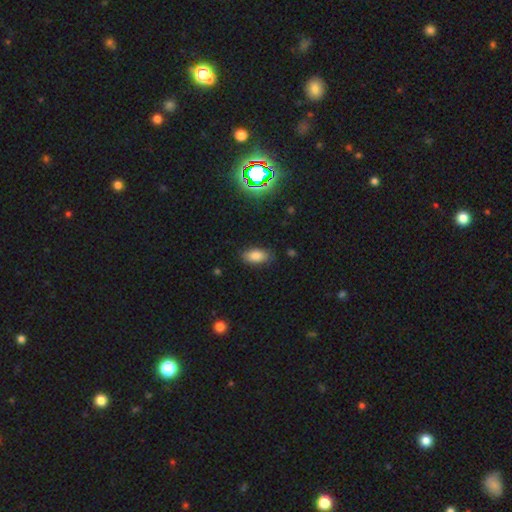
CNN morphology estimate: A smooth galaxy with no disk features (82%) that is in between round and cigar-shaped (91%). Merging: none (83%).